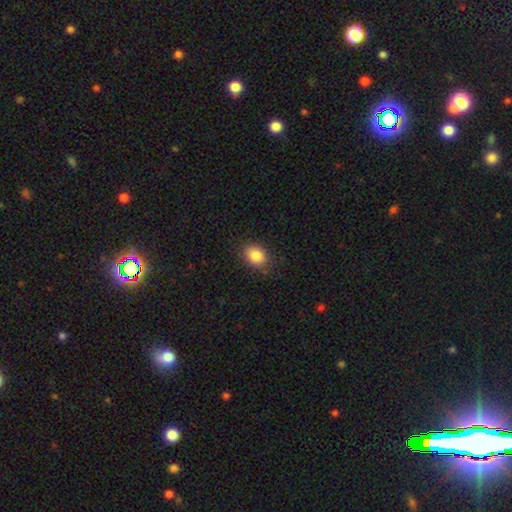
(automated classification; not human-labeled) Smooth or featured?
  - smooth: 86% *
  - star or artifact: 9%
  - featured or disk: 6%
How rounded?
  - in between: 63% *
  - round: 36%
  - cigar-shaped: 1%
Merging?
  - none: 85% *
  - minor disturbance: 11%
  - major disturbance: 3%
  - merger: 1%